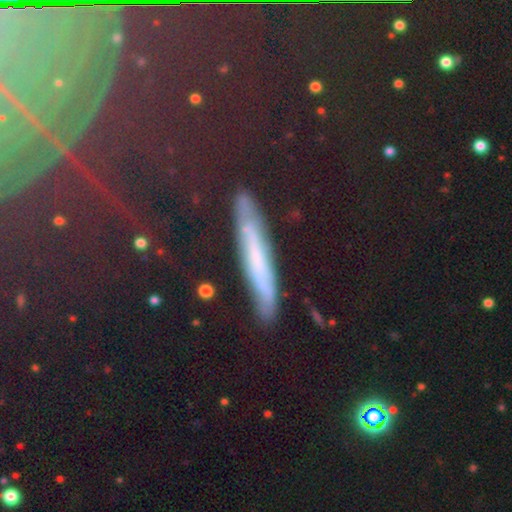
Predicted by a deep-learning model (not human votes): Smooth or featured: smooth — 40% (featured or disk — 37%)
Merging: none — 79% (minor disturbance — 15%)